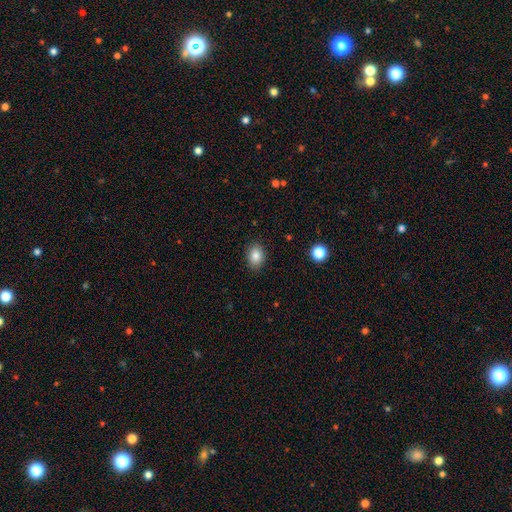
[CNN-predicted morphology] Smooth or featured? smooth (85%)
How rounded? in between (69%)
Merging? none (87%)